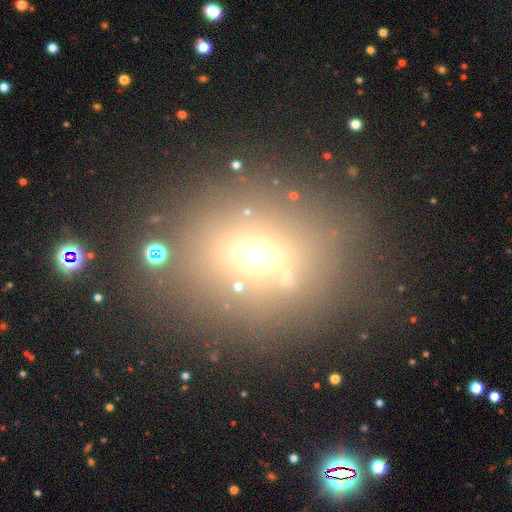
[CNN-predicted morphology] Smooth or featured? smooth (55%)
How rounded? round (52%)
Merging? none (73%)